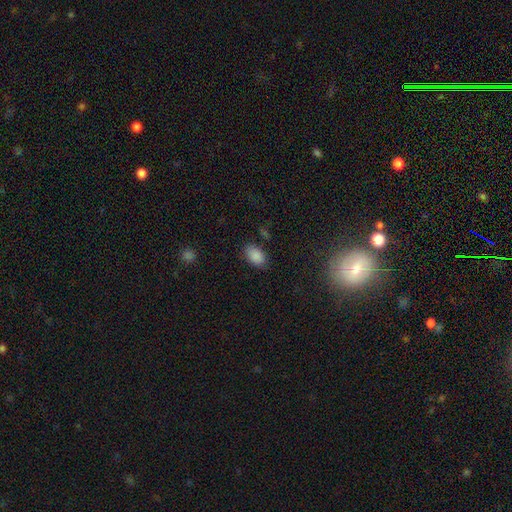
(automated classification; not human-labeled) Morphology: type=smooth (87%); roundness=in between (91%); merging=none (79%).